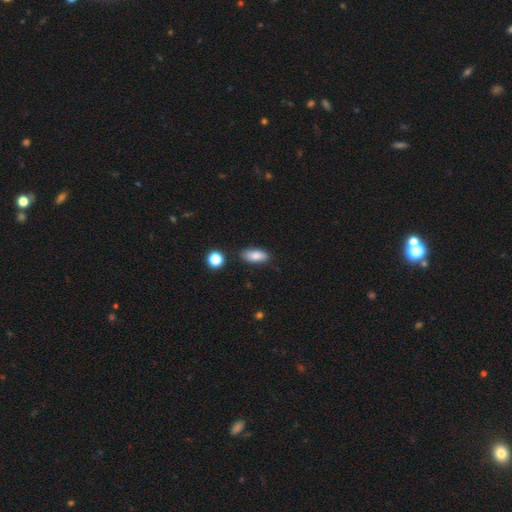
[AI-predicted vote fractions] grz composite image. It shows a smooth galaxy with no disk features (83%) that is in between round and cigar-shaped (86%). Merging: none (82%).